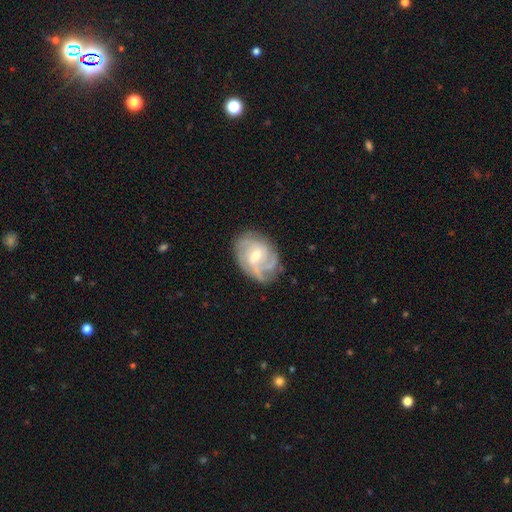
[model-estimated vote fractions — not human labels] Q: Smooth or featured?
A: featured or disk (84%); runner-up: smooth (11%)
Q: Edge-on disk?
A: no (97%); runner-up: yes (3%)
Q: Bar?
A: weak (50%); runner-up: no (39%)
Q: Spiral arms?
A: yes (95%); runner-up: no (5%)
Q: Spiral winding?
A: tight (45%); runner-up: medium (41%)
Q: Spiral arm count?
A: 3 (34%); runner-up: can't tell (23%)
Q: Bulge size?
A: moderate (51%); runner-up: small (45%)
Q: Merging?
A: none (71%); runner-up: minor disturbance (20%)